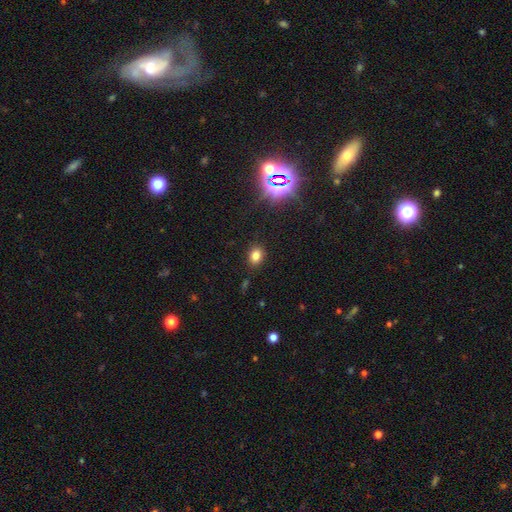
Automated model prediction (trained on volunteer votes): Morphology: type=smooth (76%); roundness=in between (61%); merging=none (86%).